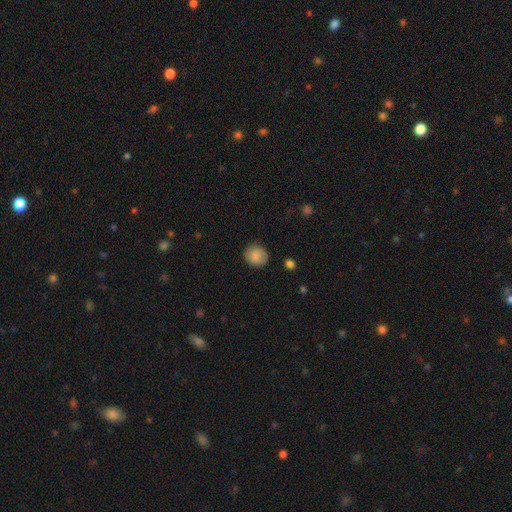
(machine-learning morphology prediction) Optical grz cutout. It shows a smooth galaxy with no disk features (86%) that is round (79%). Merging: none (86%).